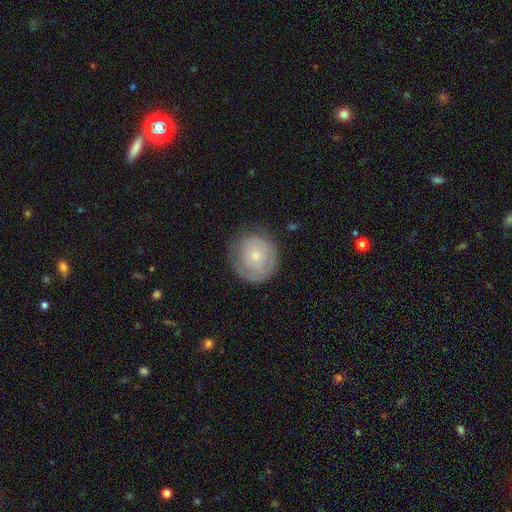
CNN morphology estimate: A smooth galaxy with no disk features (54%) that is round (88%).

Vote fractions:
- Smooth or featured? smooth: 54% / featured or disk: 38% / star or artifact: 7%
- How rounded? round: 88% / in between: 12% / cigar-shaped: 1%
- Merging? none: 72% / minor disturbance: 19% / major disturbance: 7% / merger: 1%